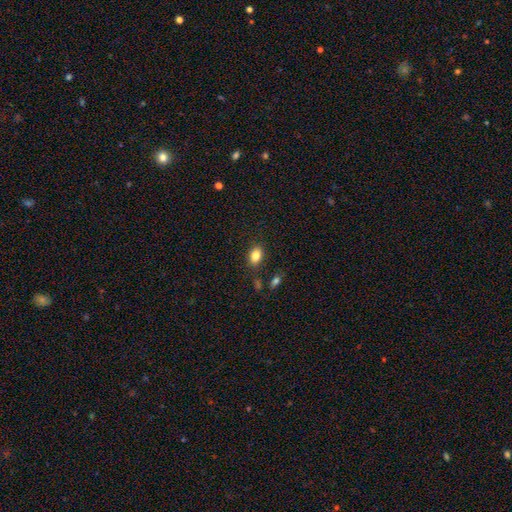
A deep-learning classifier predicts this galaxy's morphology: This appears to be a smooth galaxy with no disk features (84%) that is in between round and cigar-shaped (77%). Merging: none (82%).